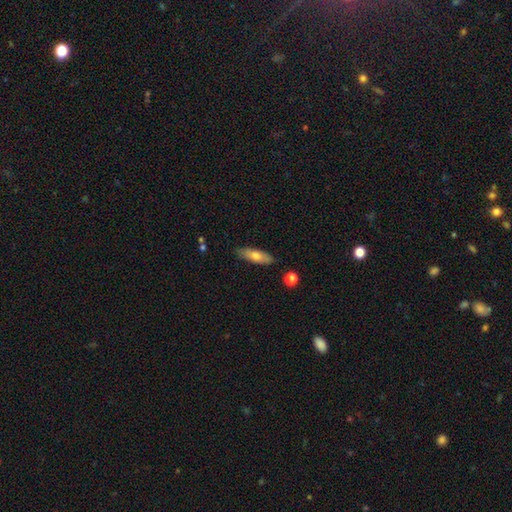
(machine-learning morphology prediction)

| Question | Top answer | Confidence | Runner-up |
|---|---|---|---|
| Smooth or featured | smooth | 70% | featured or disk (23%) |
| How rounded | in between | 53% | cigar-shaped (45%) |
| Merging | none | 83% | minor disturbance (13%) |